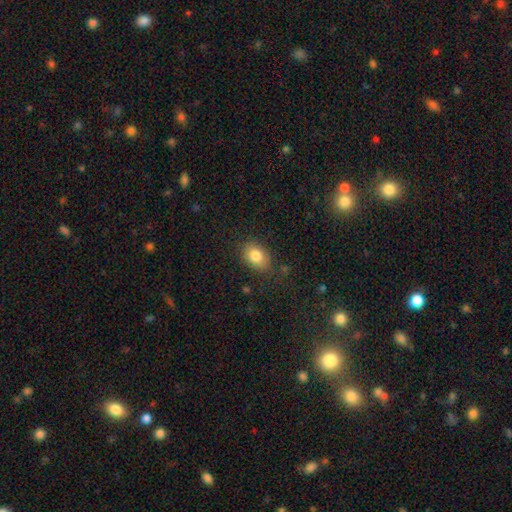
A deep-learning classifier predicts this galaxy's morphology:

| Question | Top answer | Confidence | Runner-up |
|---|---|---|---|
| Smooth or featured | smooth | 83% | featured or disk (9%) |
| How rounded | in between | 77% | round (22%) |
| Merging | none | 79% | minor disturbance (15%) |